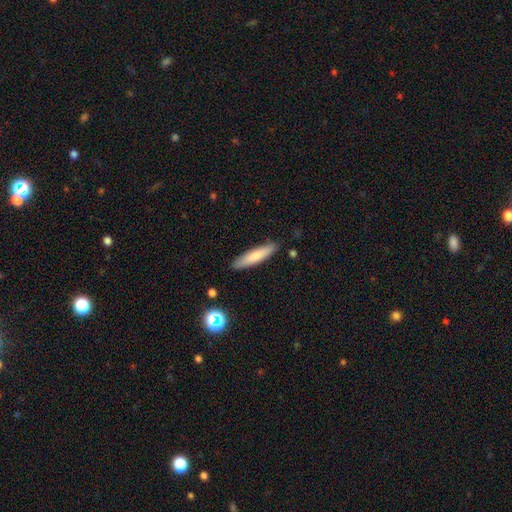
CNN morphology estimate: smooth_or_featured: smooth (p=0.76) [alt: featured or disk p=0.18]
how_rounded: cigar-shaped (p=0.81) [alt: in between p=0.18]
merging: none (p=0.88) [alt: minor disturbance p=0.09]